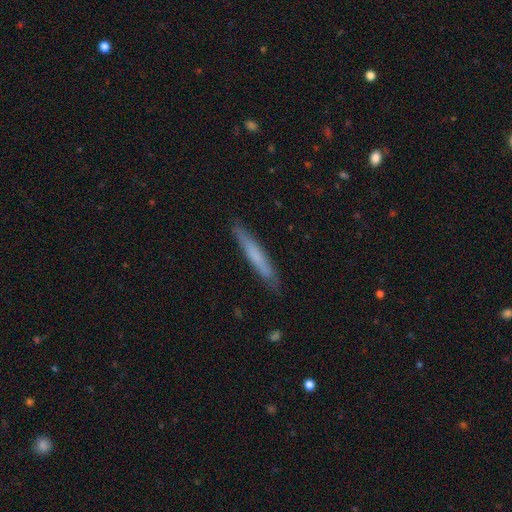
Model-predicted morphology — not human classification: A smooth galaxy with no disk features (63%) that is cigar-shaped (95%).

Vote fractions:
- Smooth or featured? smooth: 63% / featured or disk: 31% / star or artifact: 6%
- How rounded? cigar-shaped: 95% / in between: 3% / round: 1%
- Merging? none: 87% / minor disturbance: 10% / major disturbance: 2% / merger: 1%